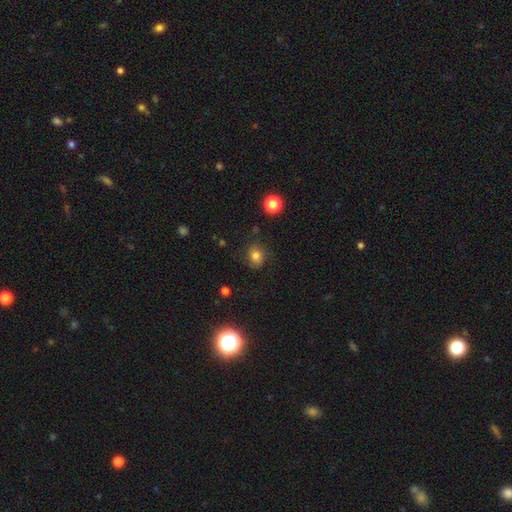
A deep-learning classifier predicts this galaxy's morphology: A smooth galaxy with no disk features (76%) that is round (60%). Merging: none (78%).